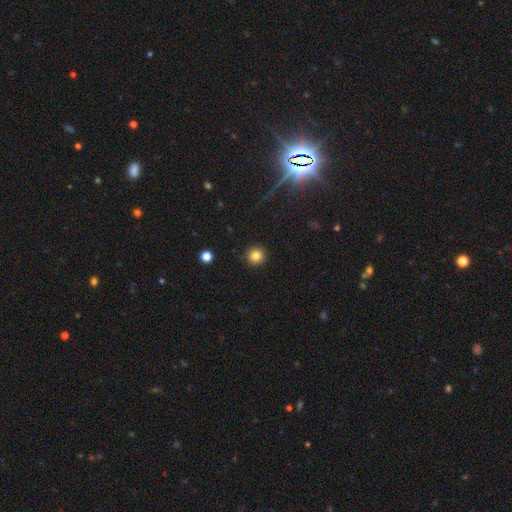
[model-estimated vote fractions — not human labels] Smooth or featured? Predicted: smooth (p=0.83). How rounded? Predicted: round (p=0.95). Merging? Predicted: none (p=0.91).